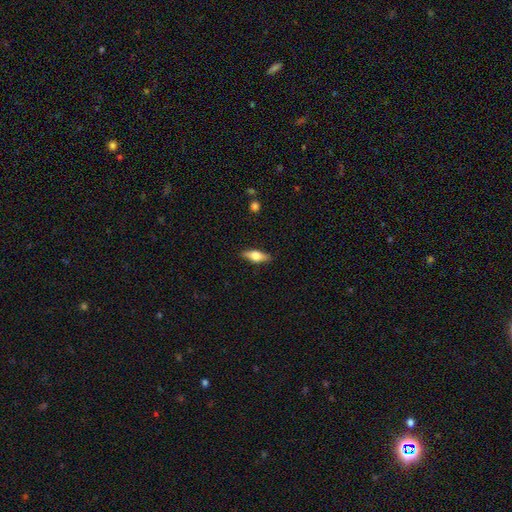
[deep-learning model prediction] A smooth galaxy with no disk features (51%) that is in between round and cigar-shaped (61%). Merging: none (87%).